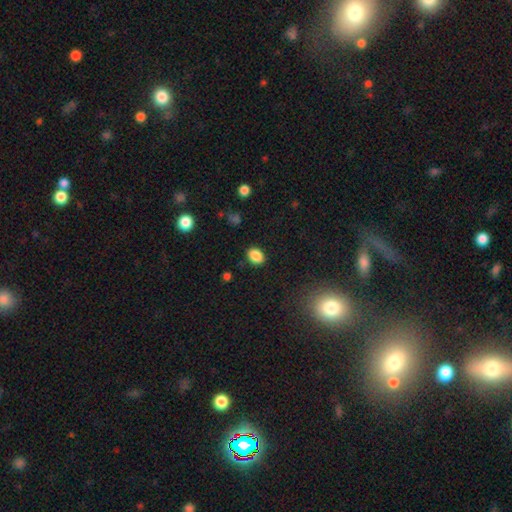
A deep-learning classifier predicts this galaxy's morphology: Smooth or featured: smooth — 87% (star or artifact — 9%)
How rounded: in between — 67% (round — 32%)
Merging: none — 86% (minor disturbance — 10%)